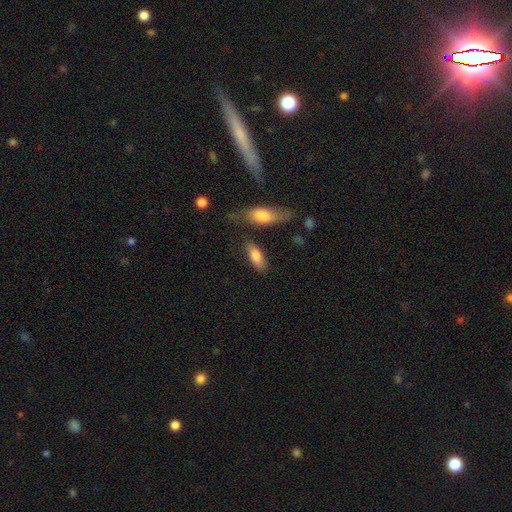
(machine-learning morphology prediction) Smooth or featured: smooth — 80% (featured or disk — 13%)
How rounded: in between — 71% (cigar-shaped — 26%)
Merging: none — 70% (minor disturbance — 17%)